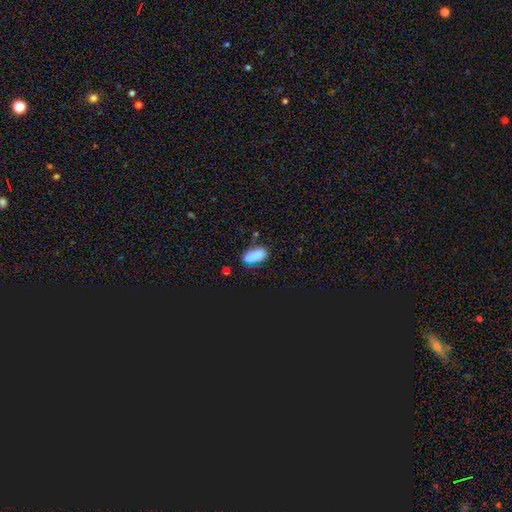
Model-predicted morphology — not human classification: Overall: smooth (71%). How rounded: in between (90%). Merging: none (70%).